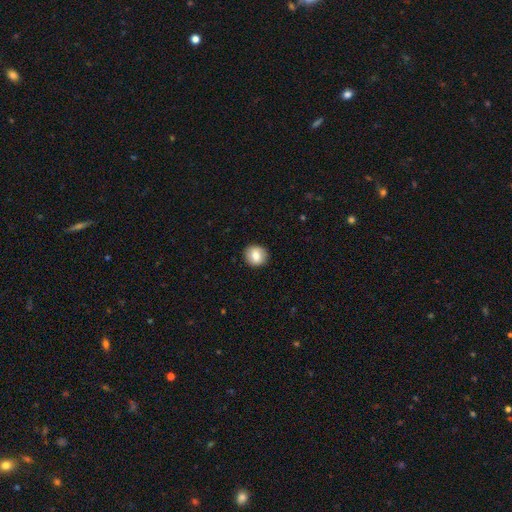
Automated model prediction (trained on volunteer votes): smooth 79%, featured or disk 13%, star or artifact 8%. Down the decision tree: how rounded — round (83%); merging — none (90%).